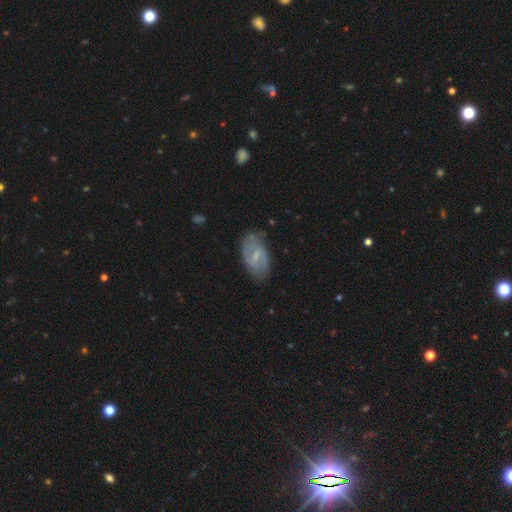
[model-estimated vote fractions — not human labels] Morphology: type=featured or disk (67%); edge-on=no (95%); bar=weak (61%); spiral arms=yes (83%); winding=medium (44%); arm count=2 (74%); bulge=small (60%); merging=none (69%).